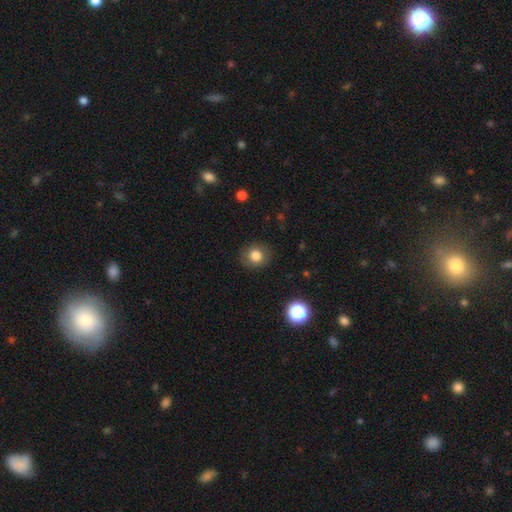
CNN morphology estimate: Smooth or featured? Predicted: smooth (p=0.82). How rounded? Predicted: round (p=0.81). Merging? Predicted: none (p=0.86).